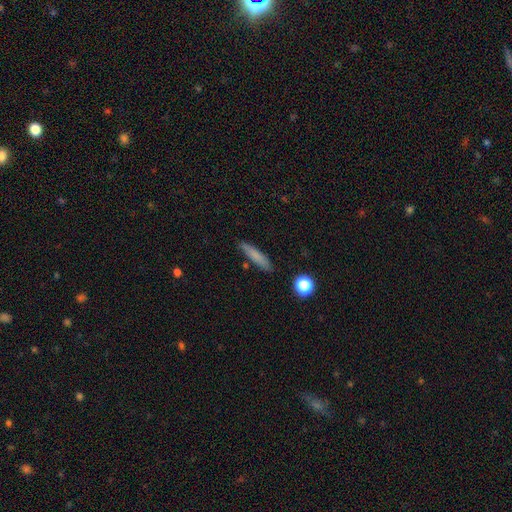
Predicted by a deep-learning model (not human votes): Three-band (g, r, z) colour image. It shows a smooth galaxy with no disk features (75%) that is cigar-shaped (87%). Merging: none (84%).